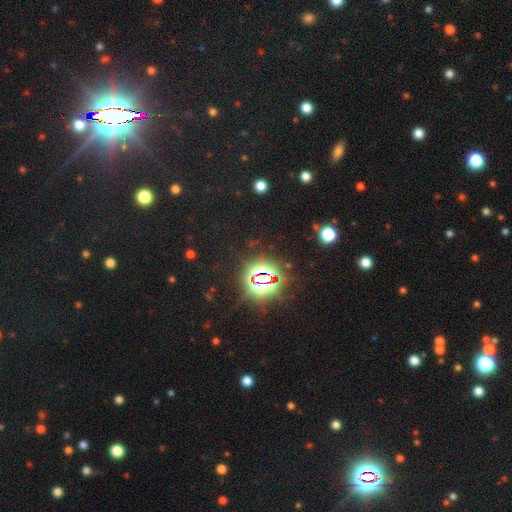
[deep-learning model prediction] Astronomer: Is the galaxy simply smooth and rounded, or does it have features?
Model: star or artifact — 80%.